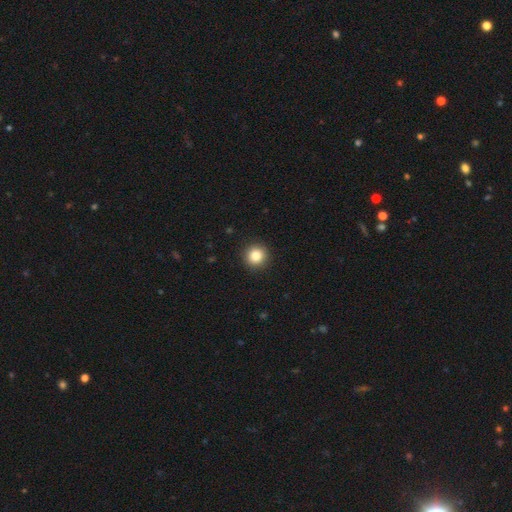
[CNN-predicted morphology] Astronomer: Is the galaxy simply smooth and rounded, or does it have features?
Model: smooth — 84%.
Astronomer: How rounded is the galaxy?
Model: round — 94%.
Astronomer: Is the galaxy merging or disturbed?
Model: none — 92%.